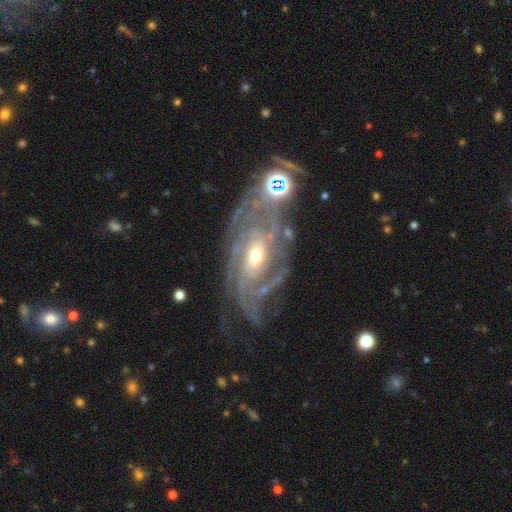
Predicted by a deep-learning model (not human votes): The model was most divided on "spiral arm count": can't tell: 30%, 3: 22%, 4: 17%, 2: 16%, more than 4: 9%, 1: 7%. More confident: edge-on disk — no (95%); spiral arms — yes (95%); smooth or featured — featured or disk (88%); spiral winding — tight (59%); bar — no (58%); bulge size — moderate (57%); merging — none (55%).